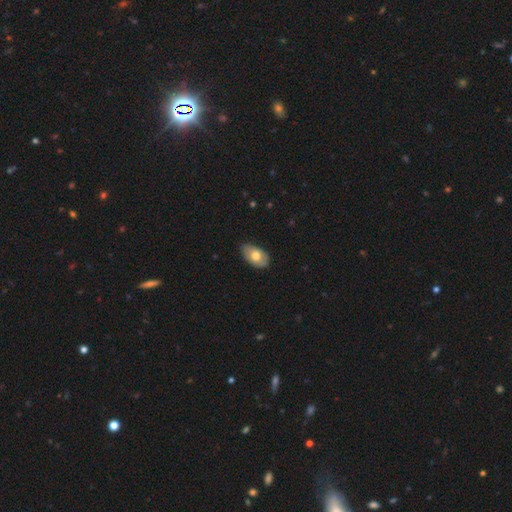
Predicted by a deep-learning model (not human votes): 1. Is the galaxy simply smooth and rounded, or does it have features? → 67% smooth, 27% featured or disk, 6% star or artifact.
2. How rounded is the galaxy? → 92% in between, 7% round, 1% cigar-shaped.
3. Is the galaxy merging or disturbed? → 77% none, 20% minor disturbance, 3% major disturbance, 1% merger.